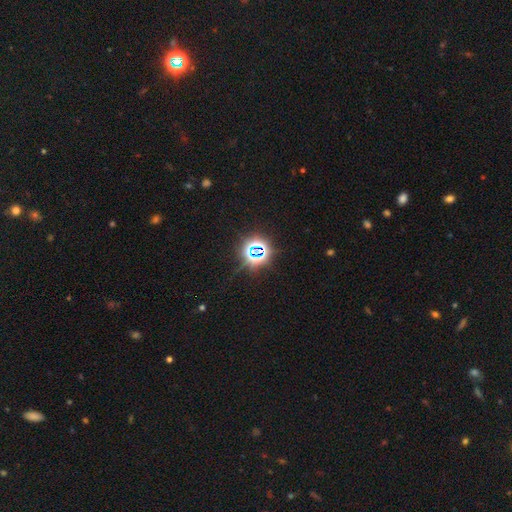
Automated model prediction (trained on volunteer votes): Smooth or featured?
  - star or artifact: 76% *
  - smooth: 15%
  - featured or disk: 9%